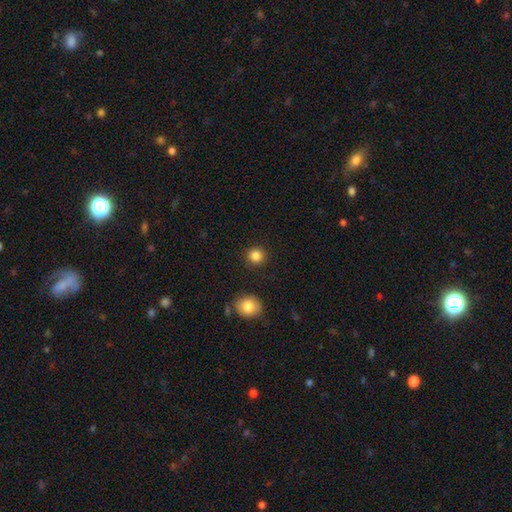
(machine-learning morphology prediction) The model was most divided on "smooth or featured": smooth: 85%, star or artifact: 11%, featured or disk: 4%. More confident: how rounded — round (93%); merging — none (91%).